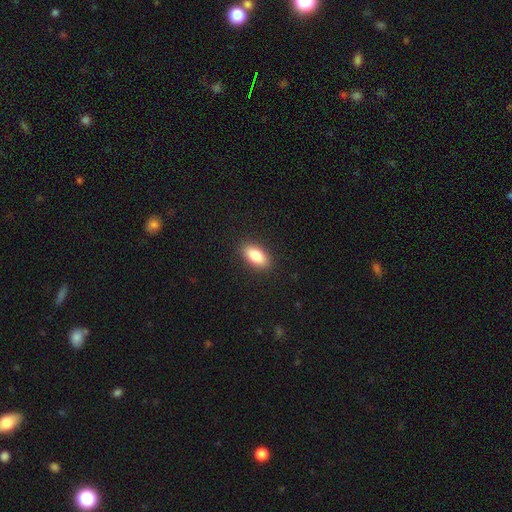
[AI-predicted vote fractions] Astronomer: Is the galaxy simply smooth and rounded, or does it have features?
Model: smooth — 84%.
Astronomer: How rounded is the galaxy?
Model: in between — 89%.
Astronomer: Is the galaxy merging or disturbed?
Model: none — 90%.